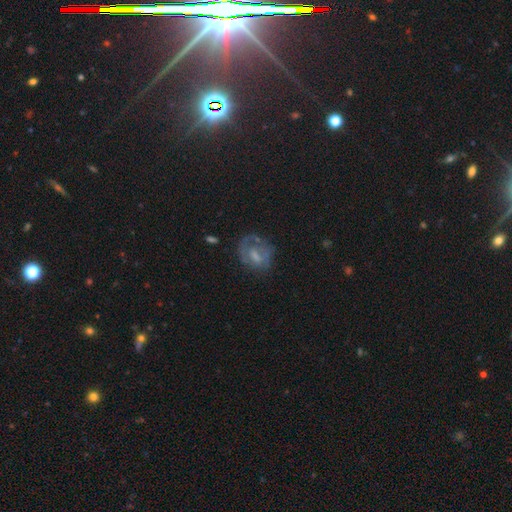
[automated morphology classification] Smooth or featured: featured or disk — 56% (smooth — 32%)
Edge-on disk: no — 96% (yes — 4%)
Bar: weak — 43% (no — 42%)
Spiral arms: yes — 59% (no — 41%)
Bulge size: moderate — 34% (none — 30%)
Merging: none — 54% (minor disturbance — 23%)